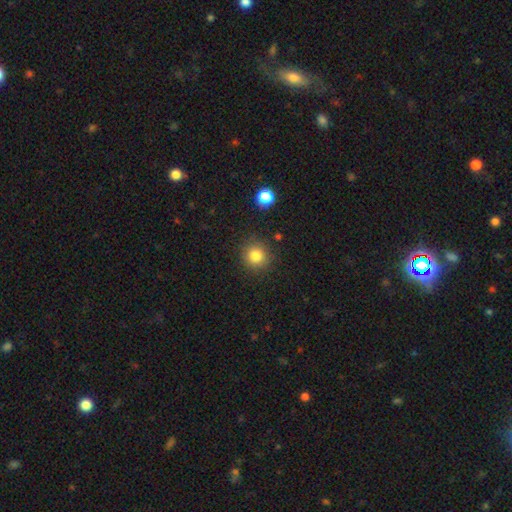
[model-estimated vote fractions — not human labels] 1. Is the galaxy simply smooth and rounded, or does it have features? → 82% smooth, 12% star or artifact, 6% featured or disk.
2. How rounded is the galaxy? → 91% round, 8% in between, 1% cigar-shaped.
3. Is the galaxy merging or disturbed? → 87% none, 8% minor disturbance, 3% major disturbance, 2% merger.